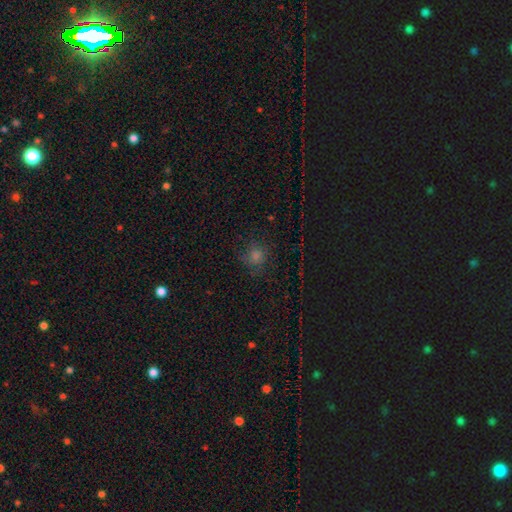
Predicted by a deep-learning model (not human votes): This is possibly a smooth galaxy (56%). How rounded: clearly round (89%). Merging: likely none (77%).